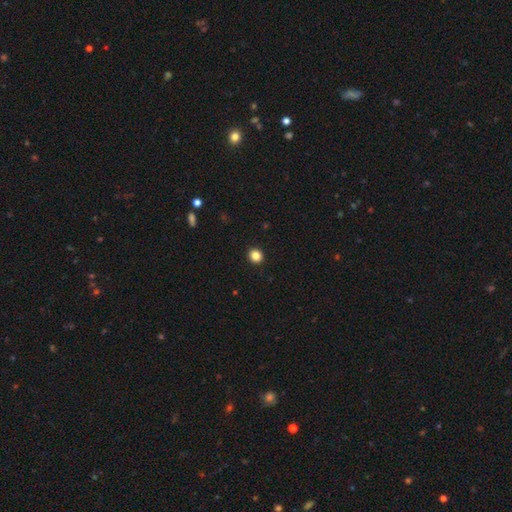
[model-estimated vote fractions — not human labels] Smooth or featured? smooth (85%)
How rounded? round (80%)
Merging? none (93%)